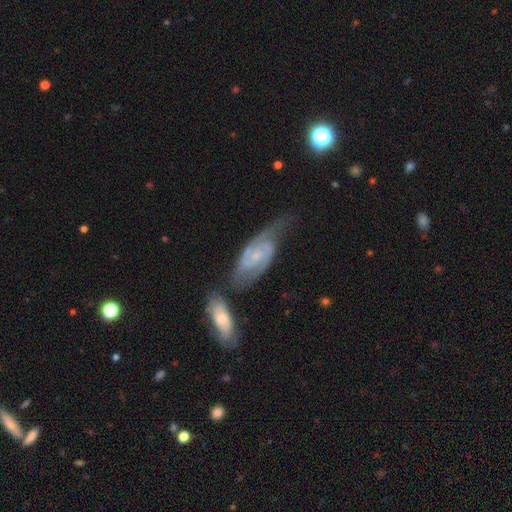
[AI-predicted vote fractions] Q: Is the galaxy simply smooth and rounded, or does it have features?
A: featured or disk — 85%.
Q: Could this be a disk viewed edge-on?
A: no — 95%.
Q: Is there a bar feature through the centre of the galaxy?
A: no — 45%.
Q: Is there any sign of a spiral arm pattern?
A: yes — 96%.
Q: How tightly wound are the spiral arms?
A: medium — 47%.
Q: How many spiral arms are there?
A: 2 — 85%.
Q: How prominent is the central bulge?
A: small — 71%.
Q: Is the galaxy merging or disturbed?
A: none — 50%.